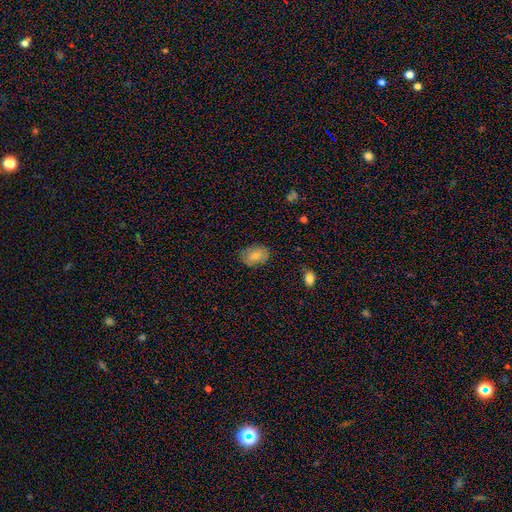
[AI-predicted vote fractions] smooth_or_featured: smooth (p=0.74) [alt: featured or disk p=0.18]
how_rounded: in between (p=0.82) [alt: round p=0.17]
merging: none (p=0.80) [alt: minor disturbance p=0.15]